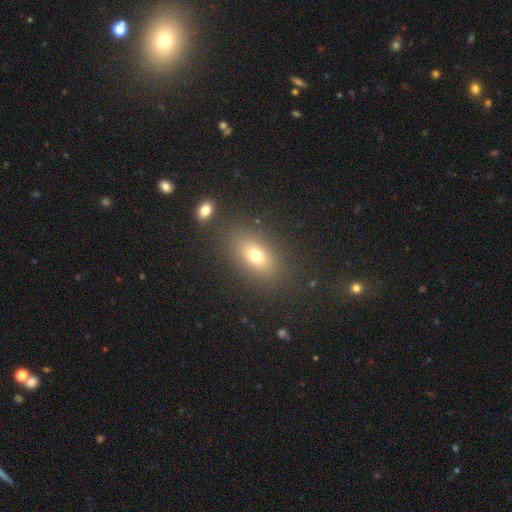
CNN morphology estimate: This appears to be a smooth galaxy with no disk features (72%) that is in between round and cigar-shaped (80%). Merging: none (83%).